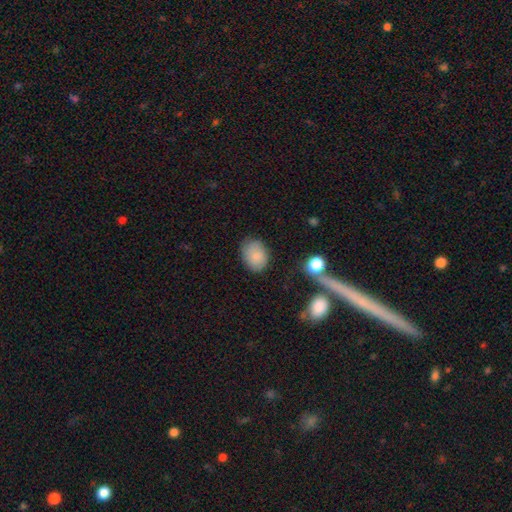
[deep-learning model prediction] Smooth or featured? smooth (82%)
How rounded? in between (69%)
Merging? none (76%)